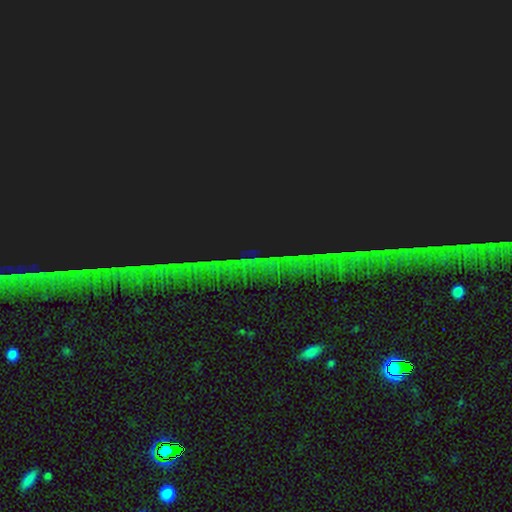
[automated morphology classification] A star or artifact, not a galaxy (85%).

Vote fractions:
- Smooth or featured? star or artifact: 85% / featured or disk: 8% / smooth: 7%